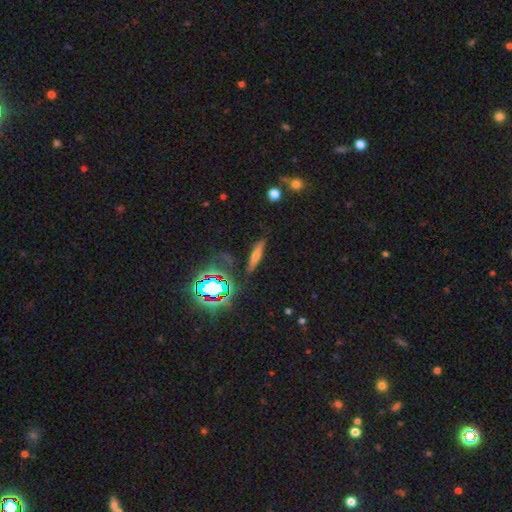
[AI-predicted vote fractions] Overall: smooth (41%; featured or disk 38%). Merging: none (83%).